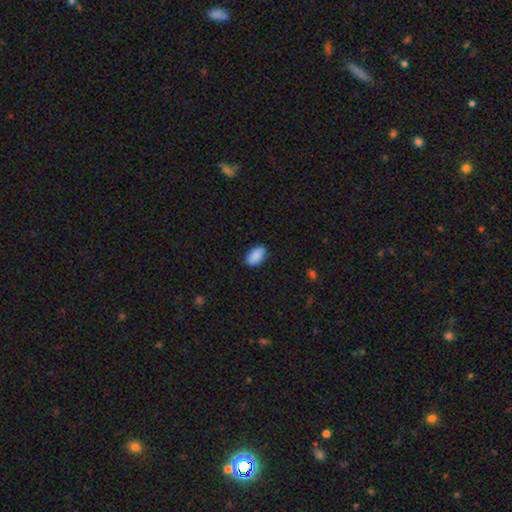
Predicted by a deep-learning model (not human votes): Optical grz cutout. It shows a smooth galaxy with no disk features (87%) that is in between round and cigar-shaped (92%). Merging: none (80%).